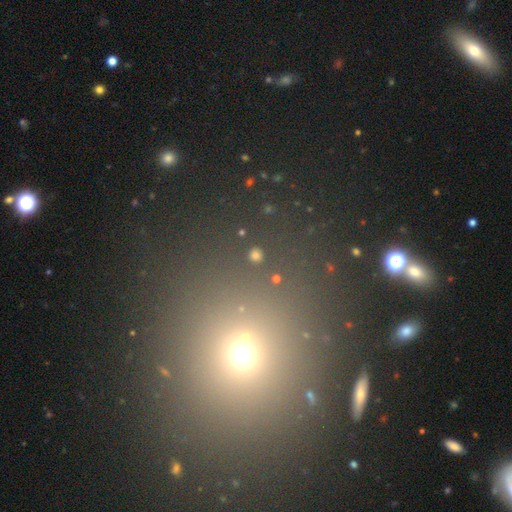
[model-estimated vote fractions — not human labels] Overall: star or artifact (46%; smooth 45%).